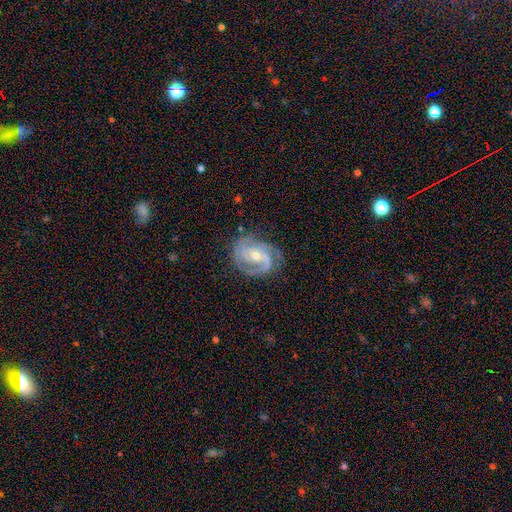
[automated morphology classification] type=featured or disk (90%); edge-on=no (98%); bar=no (51%); spiral arms=yes (98%); winding=tight (49%); arm count=2 (46%); bulge=small (50%); merging=none (73%).